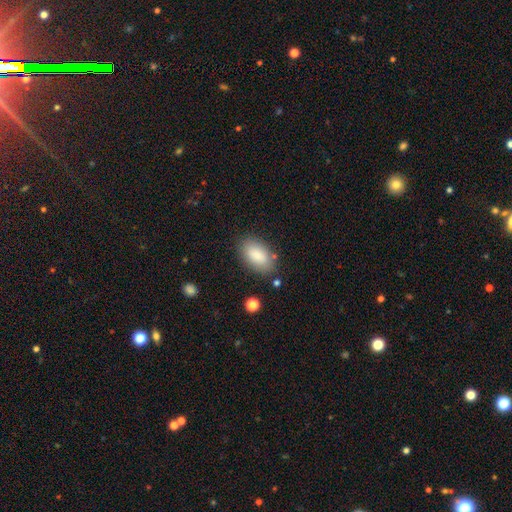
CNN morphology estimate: A smooth galaxy with no disk features (87%) that is in between round and cigar-shaped (93%). Merging: none (82%).